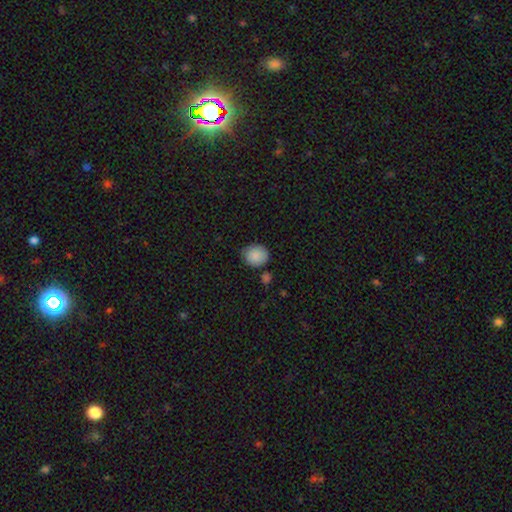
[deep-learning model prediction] Smooth or featured? smooth (88%)
How rounded? round (70%)
Merging? none (75%)